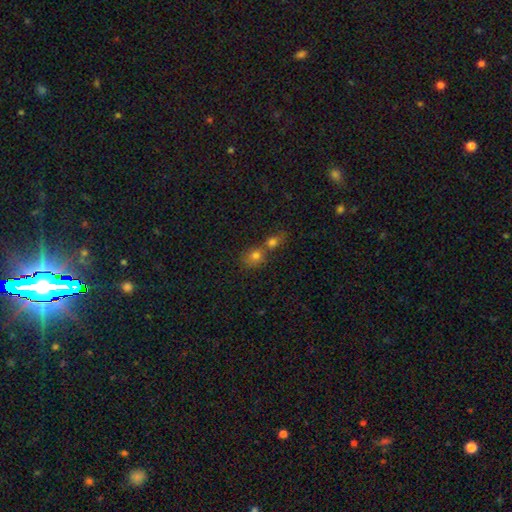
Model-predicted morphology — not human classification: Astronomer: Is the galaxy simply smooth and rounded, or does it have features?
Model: smooth — 75%.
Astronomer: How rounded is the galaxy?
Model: round — 62%.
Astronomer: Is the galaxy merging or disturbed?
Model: merger — 60%.